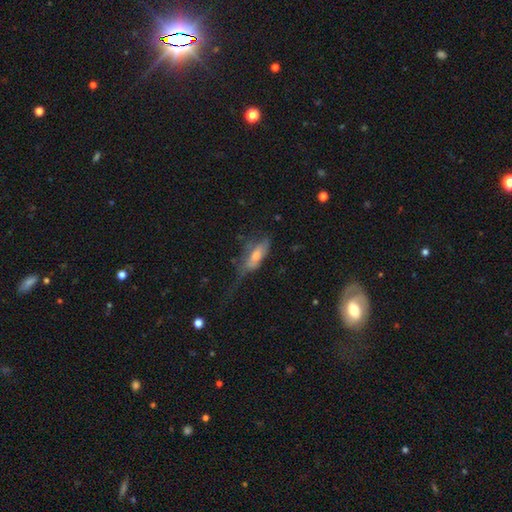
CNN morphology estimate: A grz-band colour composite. It shows a smooth galaxy with no disk features (50%) that is in between round and cigar-shaped (59%). Merging: major disturbance (40%).